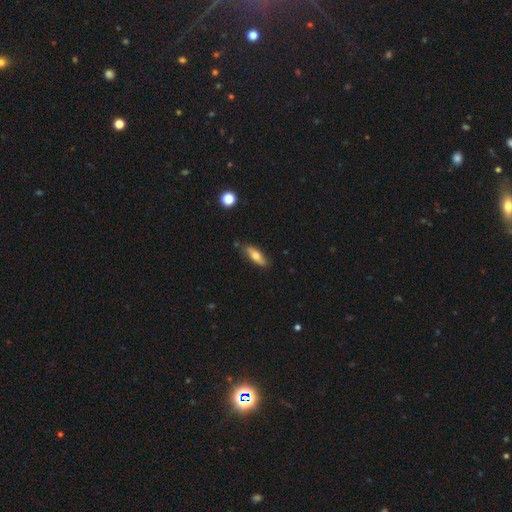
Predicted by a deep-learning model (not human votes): A smooth galaxy with no disk features (67%) that is in between round and cigar-shaped (53%).

Vote fractions:
- Smooth or featured? smooth: 67% / featured or disk: 27% / star or artifact: 7%
- How rounded? in between: 53% / cigar-shaped: 44% / round: 3%
- Merging? none: 81% / minor disturbance: 14% / merger: 2% / major disturbance: 2%